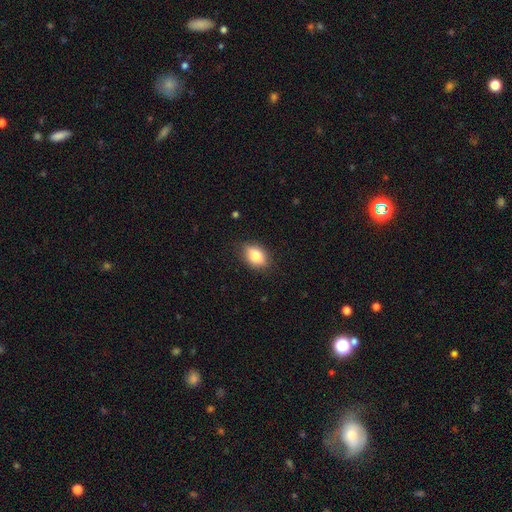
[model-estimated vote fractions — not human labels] smooth-or-featured: smooth: 79% | featured or disk: 13% | star or artifact: 8%
  how-rounded: in between: 81% | round: 16% | cigar-shaped: 3%
  merging: none: 82% | minor disturbance: 14% | major disturbance: 3% | merger: 1%